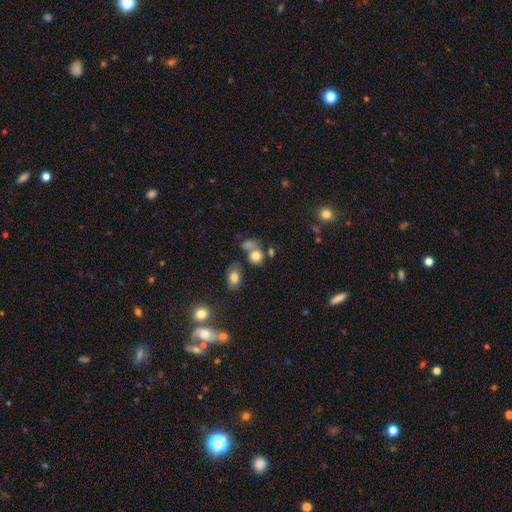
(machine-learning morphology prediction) Smooth or featured?
  - smooth: 77% *
  - star or artifact: 12%
  - featured or disk: 11%
How rounded?
  - round: 66% *
  - in between: 32%
  - cigar-shaped: 2%
Merging?
  - none: 45% *
  - merger: 32%
  - minor disturbance: 14%
  - major disturbance: 9%